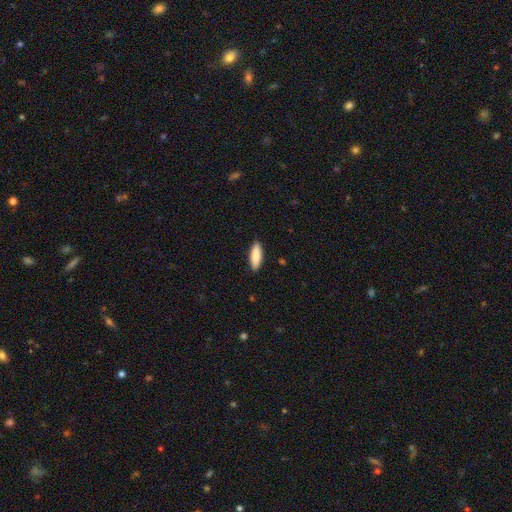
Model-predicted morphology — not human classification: A smooth galaxy with no disk features (86%) that is in between round and cigar-shaped (55%).

Vote fractions:
- Smooth or featured? smooth: 86% / featured or disk: 9% / star or artifact: 5%
- How rounded? in between: 55% / cigar-shaped: 44% / round: 2%
- Merging? none: 90% / minor disturbance: 8% / major disturbance: 2% / merger: 1%